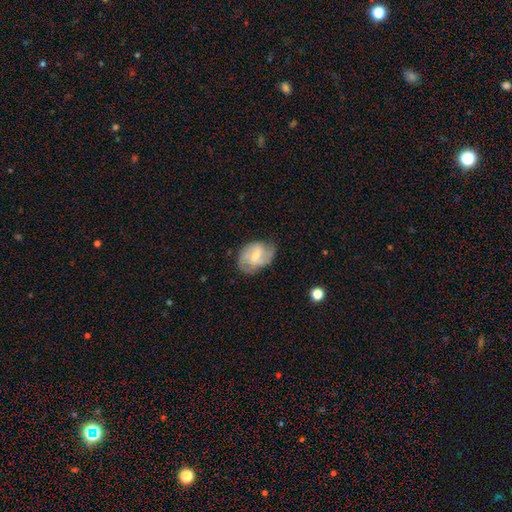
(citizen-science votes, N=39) Smooth or featured? featured or disk (51%)
Edge-on disk? no (90%)
Bar? weak (39%, tied with no)
Spiral arms? yes (50%, tied with no)
Spiral winding? tight (44%, tied with medium)
Spiral arm count? 2 (56%)
Bulge size? moderate (56%)
Merging? none (57%)